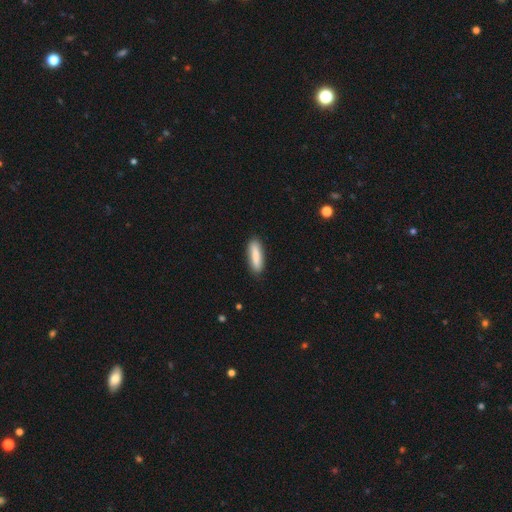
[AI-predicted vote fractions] This is clearly a smooth galaxy (83%). How rounded: likely cigar-shaped (61%). Merging: clearly none (87%).